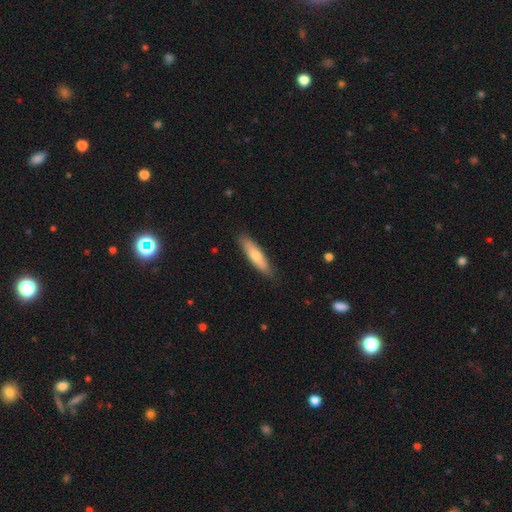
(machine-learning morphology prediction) A smooth galaxy with no disk features (69%) that is cigar-shaped (69%). Merging: none (85%).